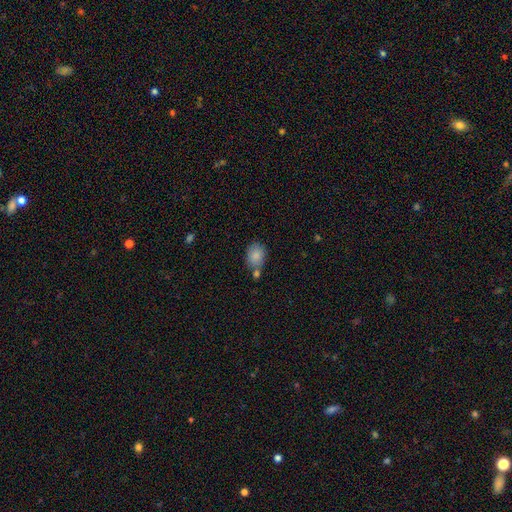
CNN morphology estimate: type=smooth (84%); roundness=in between (54%); merging=none (58%).